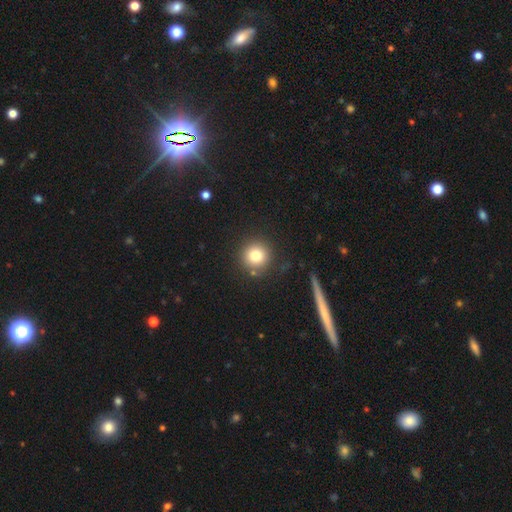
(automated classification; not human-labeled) Smooth or featured?
  - smooth: 78% *
  - star or artifact: 12%
  - featured or disk: 10%
How rounded?
  - round: 94% *
  - in between: 5%
  - cigar-shaped: 1%
Merging?
  - none: 86% *
  - minor disturbance: 8%
  - merger: 3%
  - major disturbance: 3%